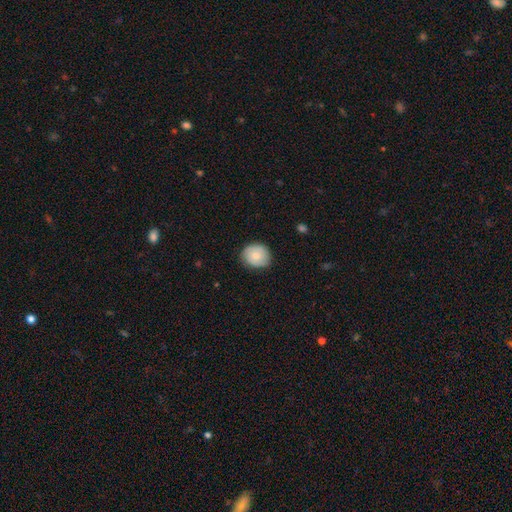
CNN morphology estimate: The model was most divided on "smooth or featured": smooth: 69%, featured or disk: 24%, star or artifact: 7%. More confident: merging — none (80%); how rounded — round (74%).